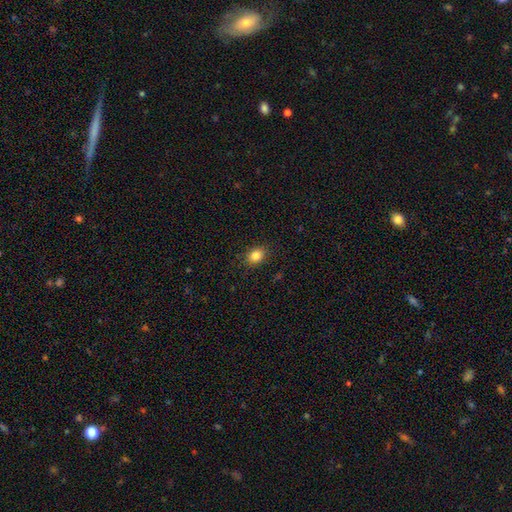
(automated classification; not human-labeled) This is clearly a smooth galaxy (84%). How rounded: possibly in between (54%). Merging: clearly none (88%).